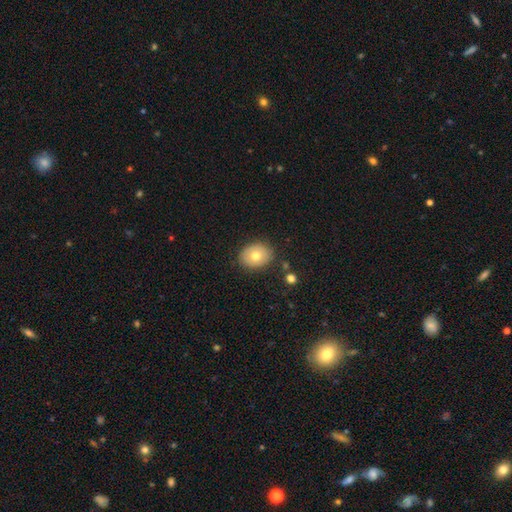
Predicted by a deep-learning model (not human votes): Morphology: type=smooth (73%); roundness=in between (57%); merging=none (84%).